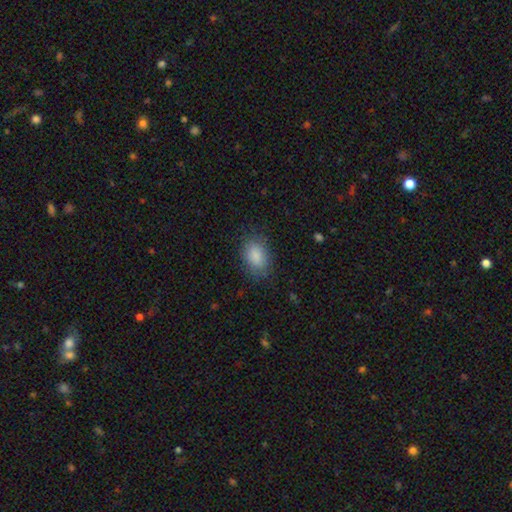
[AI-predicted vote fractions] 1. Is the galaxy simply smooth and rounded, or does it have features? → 87% smooth, 7% star or artifact, 6% featured or disk.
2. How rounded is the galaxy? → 87% in between, 11% round, 2% cigar-shaped.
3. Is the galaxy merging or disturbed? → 79% none, 15% minor disturbance, 5% major disturbance, 1% merger.